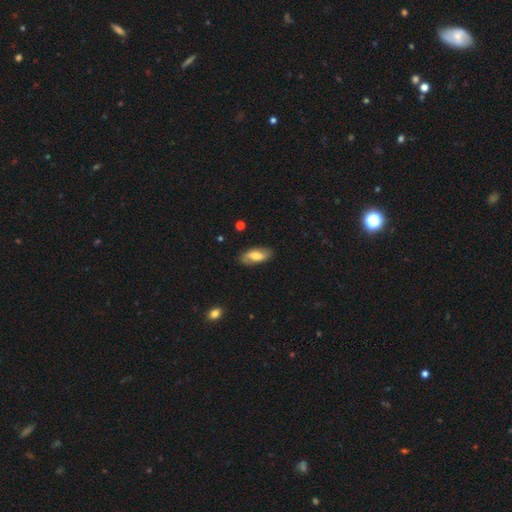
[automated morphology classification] Smooth or featured: smooth — 49% (featured or disk — 44%)
Merging: none — 80% (minor disturbance — 15%)